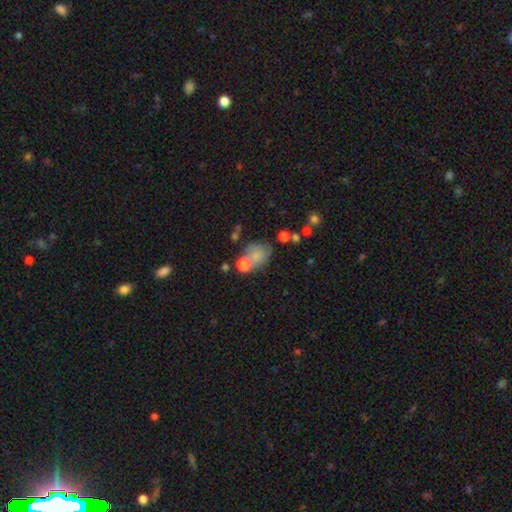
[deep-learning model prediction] smooth 72%, featured or disk 17%, star or artifact 12%. Down the decision tree: how rounded — in between (54%); merging — none (42%).